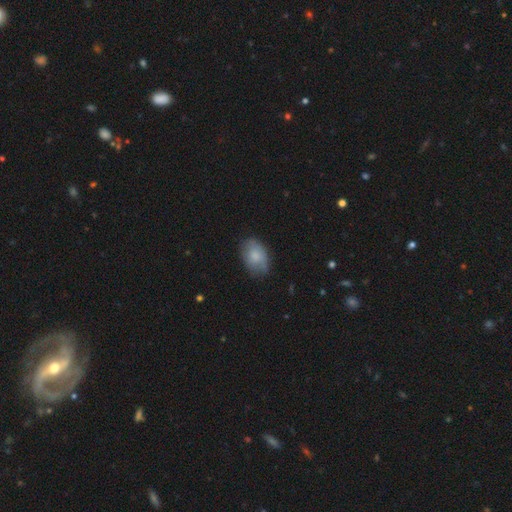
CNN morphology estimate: Smooth or featured: smooth — 80% (featured or disk — 13%)
How rounded: in between — 88% (round — 11%)
Merging: none — 72% (minor disturbance — 21%)